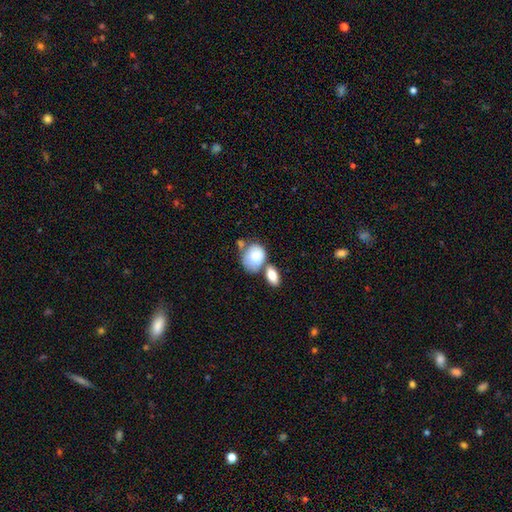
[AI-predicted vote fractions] smooth-or-featured: smooth: 75% | featured or disk: 19% | star or artifact: 6%
  how-rounded: in between: 56% | round: 42% | cigar-shaped: 1%
  merging: none: 39% | merger: 37% | minor disturbance: 17% | major disturbance: 7%